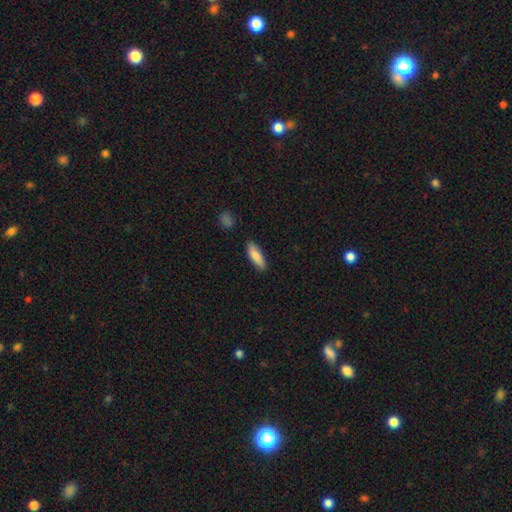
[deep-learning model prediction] Smooth or featured: smooth — 85% (featured or disk — 9%)
How rounded: in between — 52% (cigar-shaped — 47%)
Merging: none — 85% (minor disturbance — 11%)